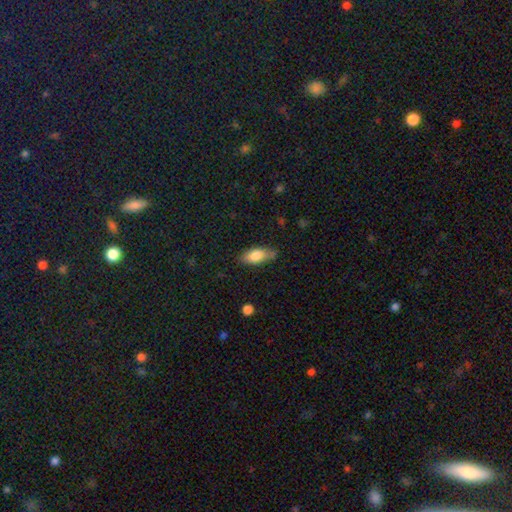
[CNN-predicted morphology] Smooth or featured: smooth — 78% (featured or disk — 16%)
How rounded: in between — 80% (cigar-shaped — 17%)
Merging: none — 73% (minor disturbance — 20%)